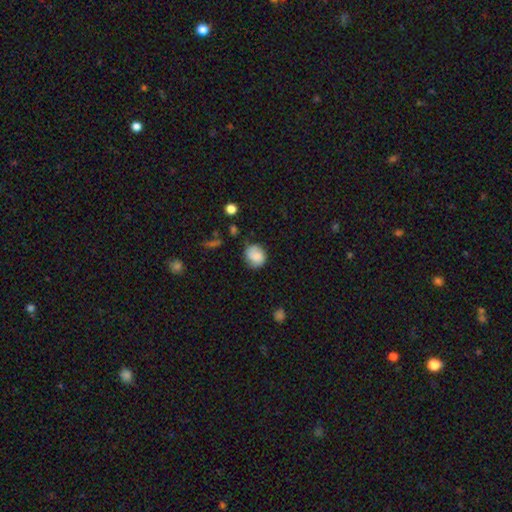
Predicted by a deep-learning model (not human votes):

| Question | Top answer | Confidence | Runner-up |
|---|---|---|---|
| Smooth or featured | smooth | 71% | featured or disk (20%) |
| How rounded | round | 71% | in between (28%) |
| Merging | none | 71% | minor disturbance (20%) |